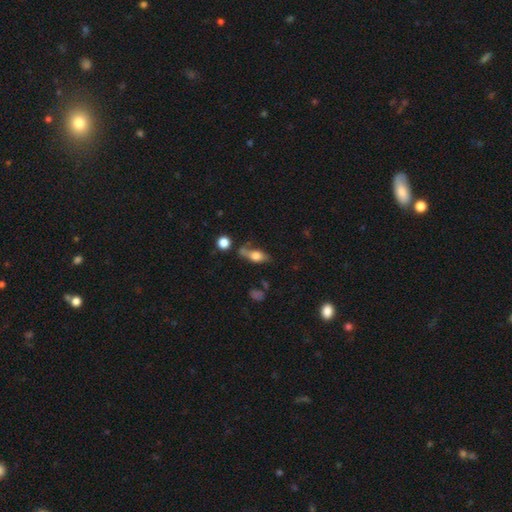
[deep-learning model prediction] Overall: smooth (61%; featured or disk 30%). How rounded: in between (70%). Merging: none (53%; minor disturbance 24%).